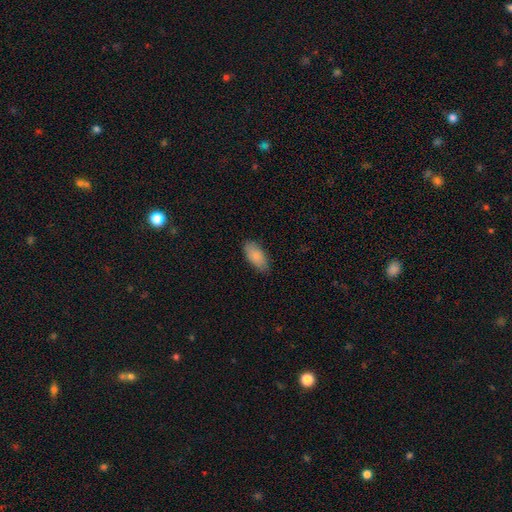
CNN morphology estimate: Smooth or featured? smooth (86%)
How rounded? in between (91%)
Merging? none (82%)